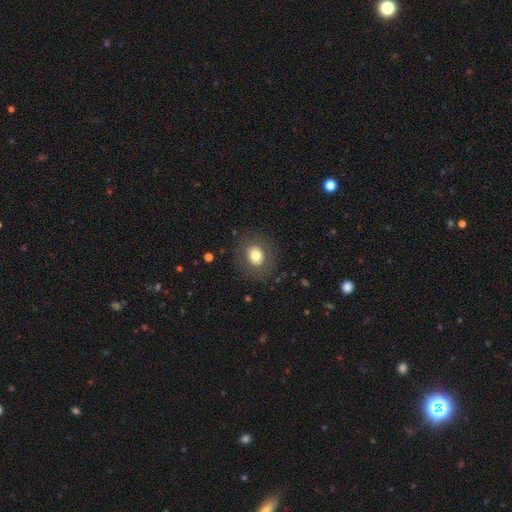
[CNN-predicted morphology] type=smooth (74%); roundness=round (72%); merging=none (84%).